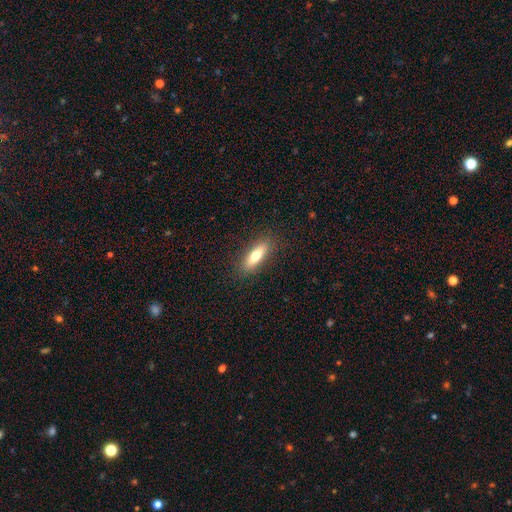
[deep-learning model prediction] Smooth or featured? smooth (70%)
How rounded? cigar-shaped (52%)
Merging? none (88%)